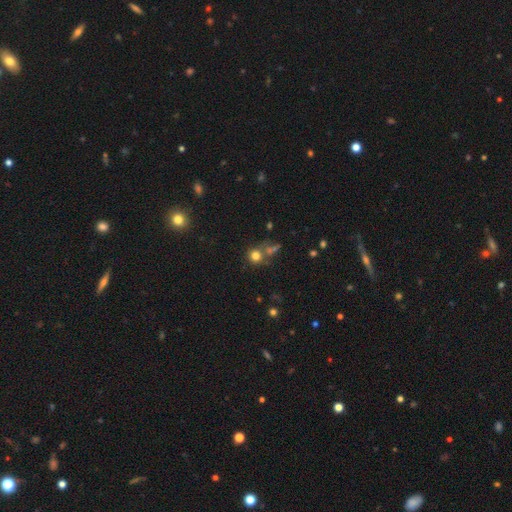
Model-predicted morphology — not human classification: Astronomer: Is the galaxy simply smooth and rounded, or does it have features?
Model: smooth — 75%.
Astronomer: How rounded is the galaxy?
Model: round — 89%.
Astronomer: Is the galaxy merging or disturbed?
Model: none — 61%.